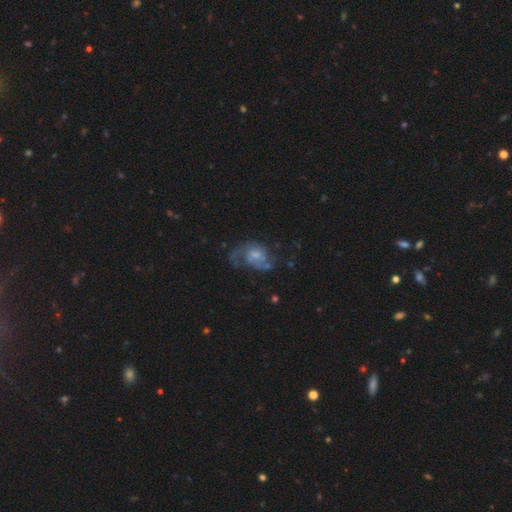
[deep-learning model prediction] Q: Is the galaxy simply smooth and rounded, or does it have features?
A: featured or disk — 68%.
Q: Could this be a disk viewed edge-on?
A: no — 98%.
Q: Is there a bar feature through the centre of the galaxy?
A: no — 68%.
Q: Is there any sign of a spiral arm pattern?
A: yes — 76%.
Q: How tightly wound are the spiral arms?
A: medium — 45%.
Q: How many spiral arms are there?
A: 2 — 56%.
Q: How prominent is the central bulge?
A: small — 41%.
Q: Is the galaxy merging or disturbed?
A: none — 38%.